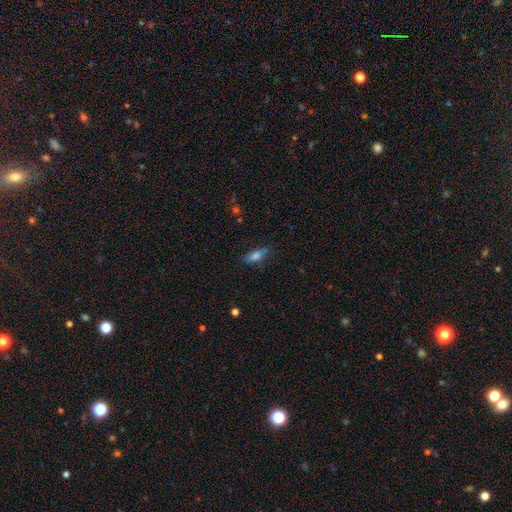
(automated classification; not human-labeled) A smooth galaxy with no disk features (74%) that is in between round and cigar-shaped (62%). Merging: none (75%).